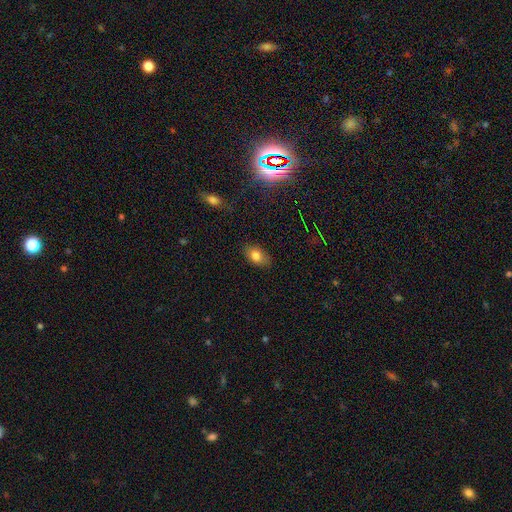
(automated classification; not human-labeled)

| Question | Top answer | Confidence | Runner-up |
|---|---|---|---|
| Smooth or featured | smooth | 80% | star or artifact (11%) |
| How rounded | in between | 85% | round (14%) |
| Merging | none | 83% | minor disturbance (13%) |